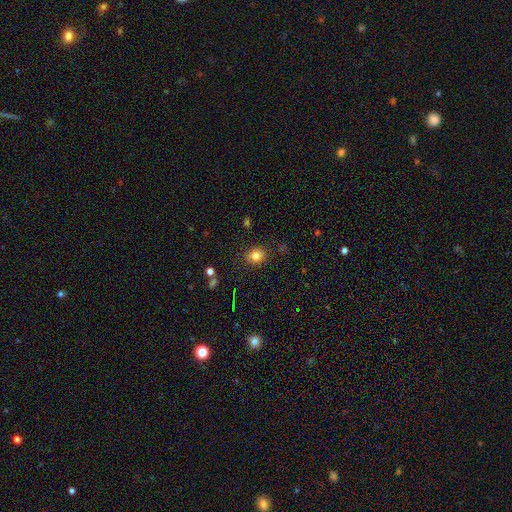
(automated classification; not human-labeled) This appears to be a smooth galaxy with no disk features (80%) that is round (62%). Merging: none (85%).